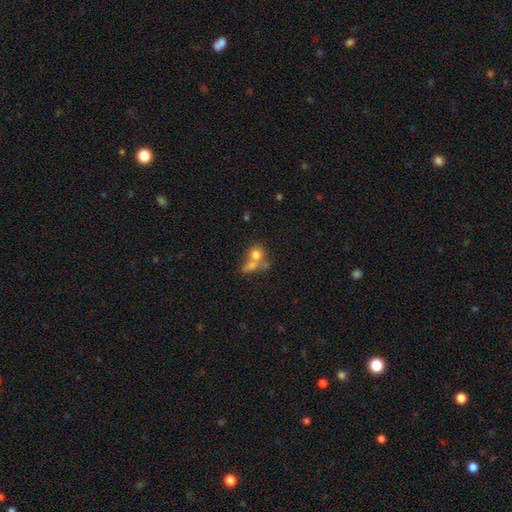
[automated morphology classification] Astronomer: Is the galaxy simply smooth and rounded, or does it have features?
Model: smooth — 70%.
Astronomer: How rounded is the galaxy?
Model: round — 73%.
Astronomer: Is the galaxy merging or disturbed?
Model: merger — 58%.